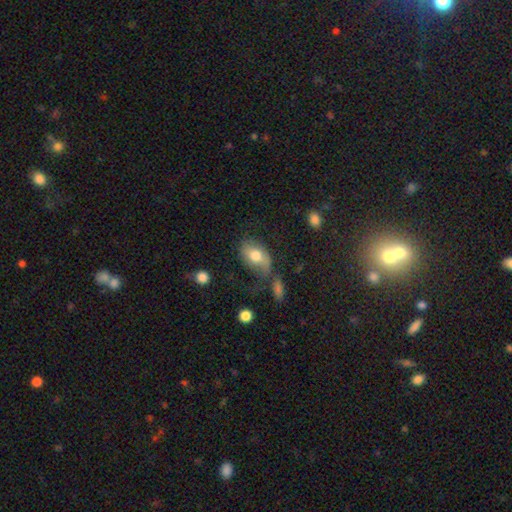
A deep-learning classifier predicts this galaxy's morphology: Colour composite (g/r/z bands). It shows a smooth galaxy with no disk features (64%) that is in between round and cigar-shaped (85%). Merging: none (45%).